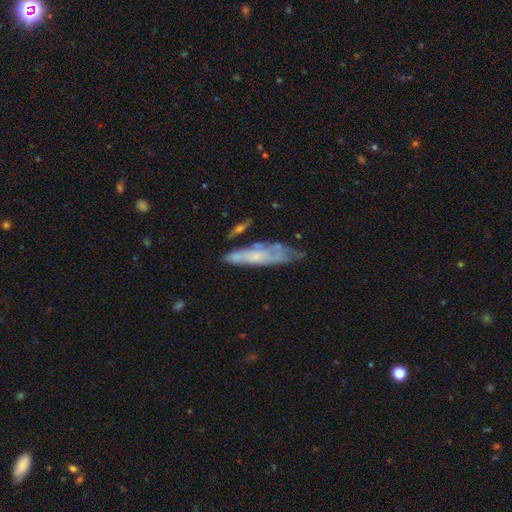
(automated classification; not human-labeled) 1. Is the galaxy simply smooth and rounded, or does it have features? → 48% featured or disk, 44% smooth, 8% star or artifact.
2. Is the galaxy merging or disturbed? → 49% none, 31% minor disturbance, 12% major disturbance, 8% merger.